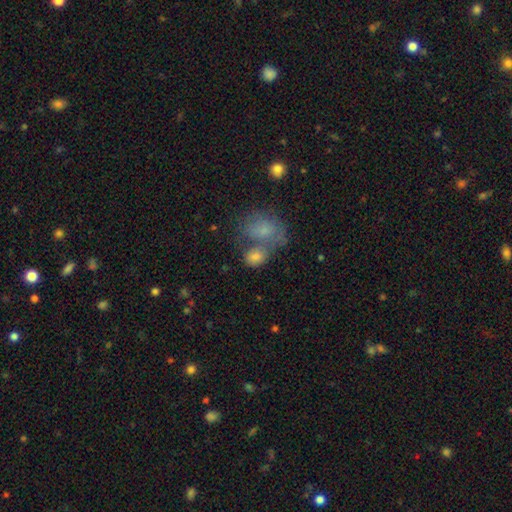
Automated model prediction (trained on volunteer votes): A smooth galaxy with no disk features (70%) that is in between round and cigar-shaped (58%). Merging: merger (45%).